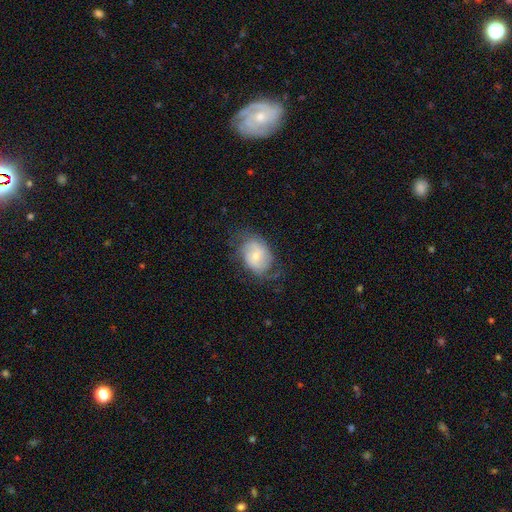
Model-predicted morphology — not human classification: Smooth or featured? featured or disk (54%)
Edge-on disk? no (97%)
Bar? no (53%)
Spiral arms? yes (82%)
Bulge size? small (58%)
Merging? none (61%)